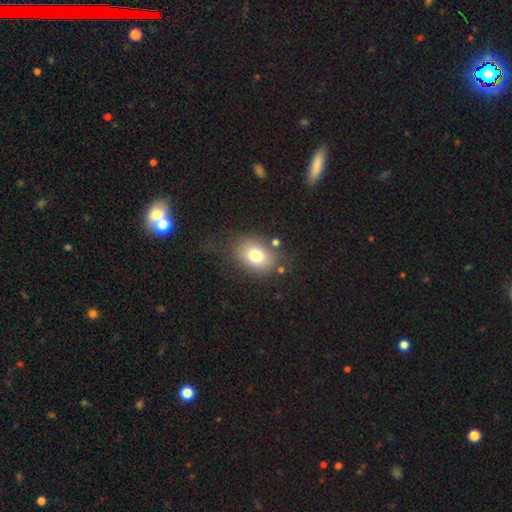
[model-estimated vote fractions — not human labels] Smooth or featured?
  - smooth: 76% *
  - featured or disk: 13%
  - star or artifact: 11%
How rounded?
  - in between: 64% *
  - round: 35%
  - cigar-shaped: 1%
Merging?
  - none: 74% *
  - minor disturbance: 14%
  - major disturbance: 7%
  - merger: 4%